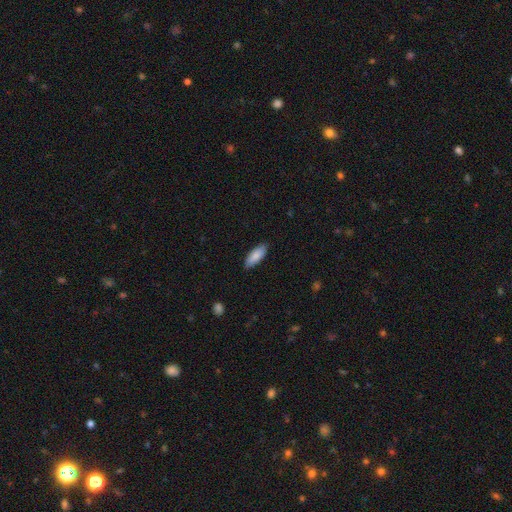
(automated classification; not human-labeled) Smooth or featured?
  - smooth: 86% *
  - featured or disk: 8%
  - star or artifact: 6%
How rounded?
  - in between: 71% *
  - cigar-shaped: 27%
  - round: 2%
Merging?
  - none: 85% *
  - minor disturbance: 12%
  - major disturbance: 2%
  - merger: 1%